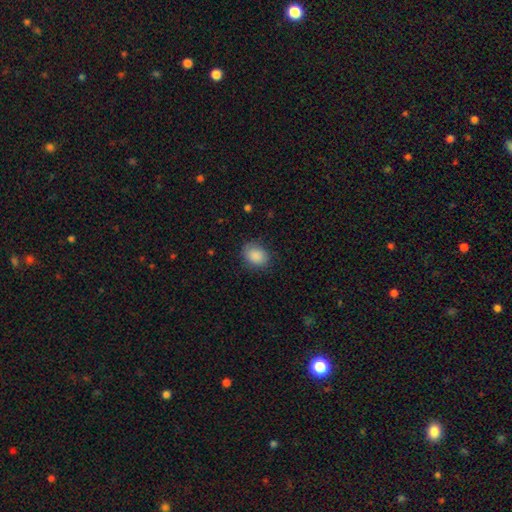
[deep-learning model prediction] The model was most divided on "how rounded": in between: 58%, round: 41%, cigar-shaped: 1%. More confident: smooth or featured — smooth (88%); merging — none (81%).